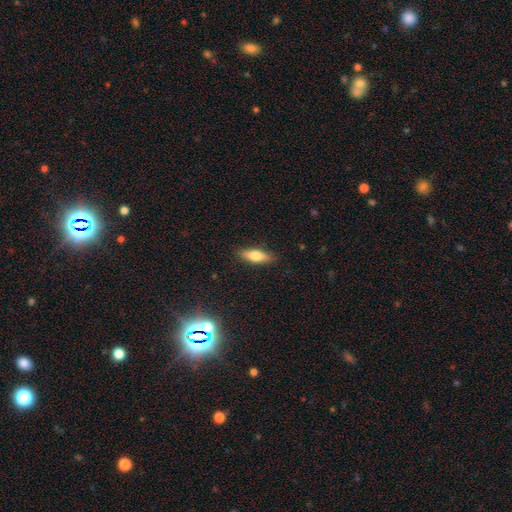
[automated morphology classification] smooth-or-featured: smooth: 70% | featured or disk: 23% | star or artifact: 7%
  how-rounded: in between: 57% | cigar-shaped: 40% | round: 3%
  merging: none: 87% | minor disturbance: 10% | major disturbance: 2% | merger: 1%